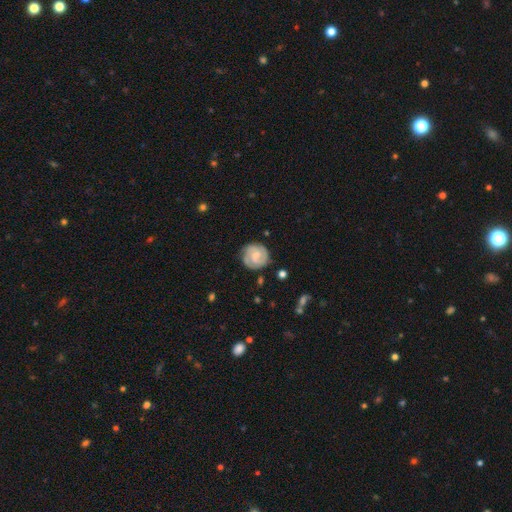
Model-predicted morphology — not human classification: A featured or disk galaxy (67%) with no bar (53%), 2 (46%) tight (60%) spiral arms (90%) and a moderate central bulge (46%).

Vote fractions:
- Smooth or featured? featured or disk: 67% / smooth: 27% / star or artifact: 6%
- Edge-on disk? no: 98% / yes: 2%
- Bar? no: 53% / weak: 40% / strong: 6%
- Spiral arms? yes: 90% / no: 10%
- Spiral winding? tight: 60% / medium: 32% / loose: 8%
- Spiral arm count? 2: 46% / 3: 22% / can't tell: 22% / 1: 4% / 4: 4% / more than 4: 3%
- Bulge size? moderate: 46% / small: 42% / none: 7% / large: 3% / dominant: 1%
- Merging? none: 78% / minor disturbance: 16% / major disturbance: 5% / merger: 2%